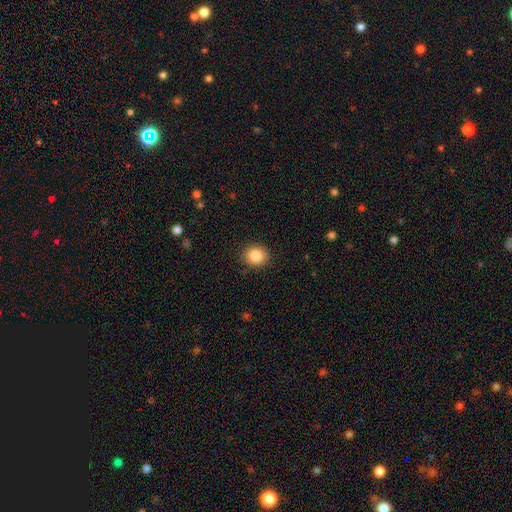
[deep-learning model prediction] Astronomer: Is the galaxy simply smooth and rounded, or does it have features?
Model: smooth — 86%.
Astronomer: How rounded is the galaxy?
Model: round — 76%.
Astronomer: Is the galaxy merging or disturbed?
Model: none — 90%.